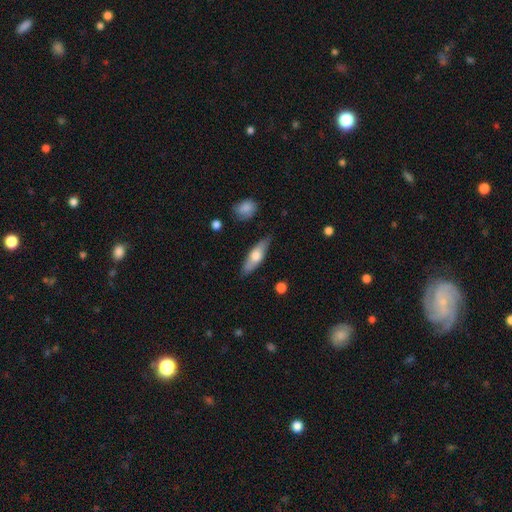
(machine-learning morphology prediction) smooth 60%, featured or disk 35%, star or artifact 5%. Down the decision tree: how rounded — in between (53%); merging — none (80%).